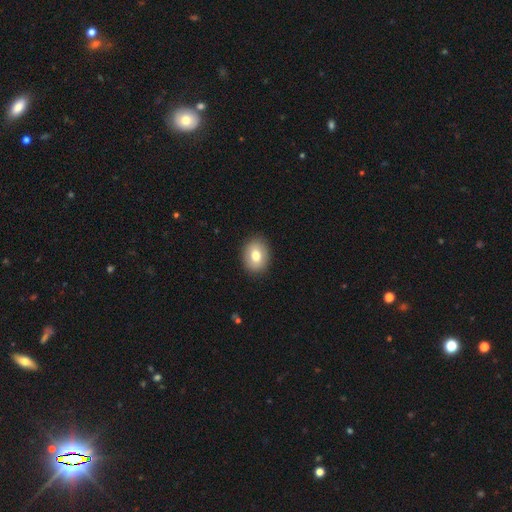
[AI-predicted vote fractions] smooth 77%, featured or disk 15%, star or artifact 8%. Down the decision tree: how rounded — in between (57%); merging — none (89%).